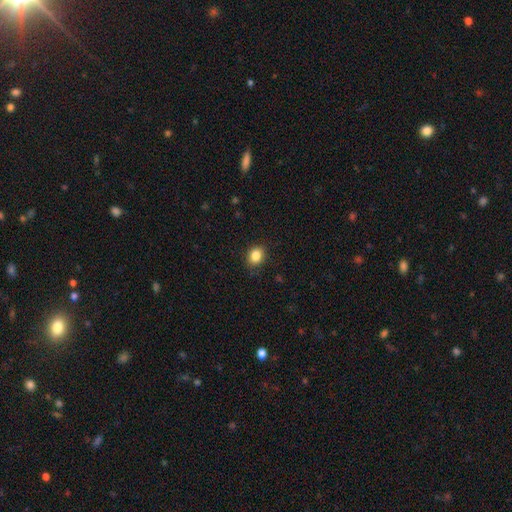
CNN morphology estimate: The model was most divided on "how rounded": round: 59%, in between: 40%, cigar-shaped: 1%. More confident: merging — none (87%); smooth or featured — smooth (85%).